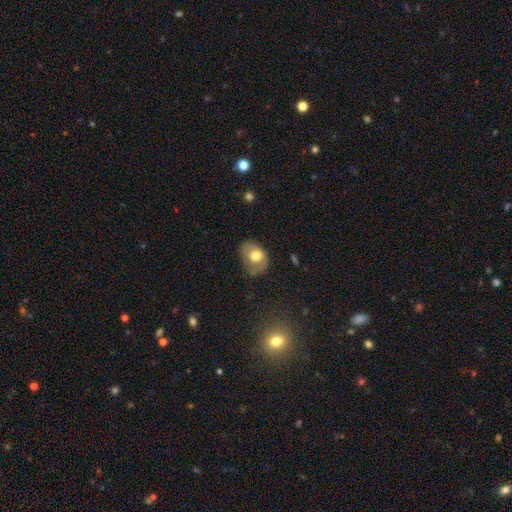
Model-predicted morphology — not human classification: Overall: smooth (62%; featured or disk 30%). How rounded: in between (66%; round 33%). Merging: none (55%; minor disturbance 30%).